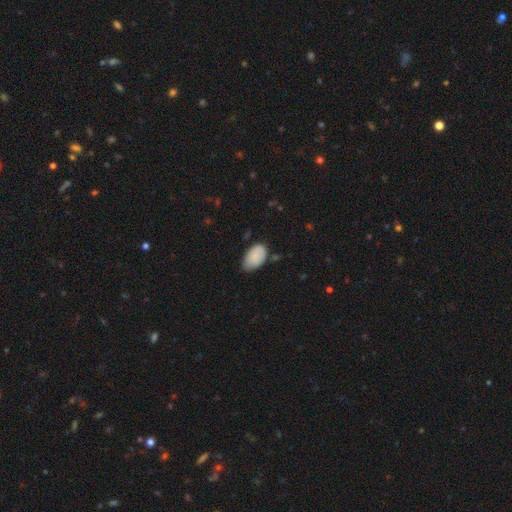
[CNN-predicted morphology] This is clearly a smooth galaxy (86%). How rounded: clearly in between (94%). Merging: likely none (60%).